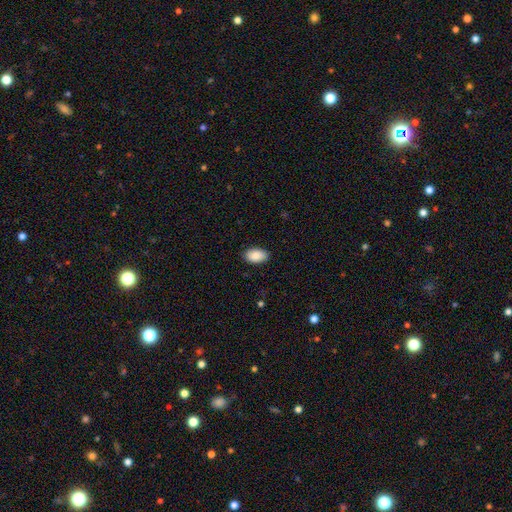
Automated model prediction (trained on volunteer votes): This appears to be a smooth galaxy with no disk features (87%) that is in between round and cigar-shaped (93%). Merging: none (87%).